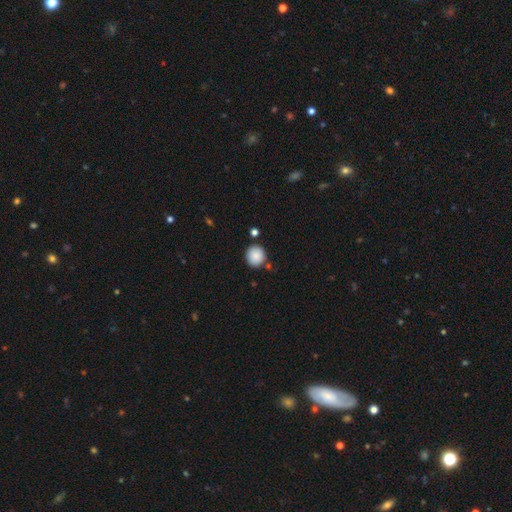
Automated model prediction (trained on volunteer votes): Smooth or featured? smooth (88%)
How rounded? round (88%)
Merging? none (82%)